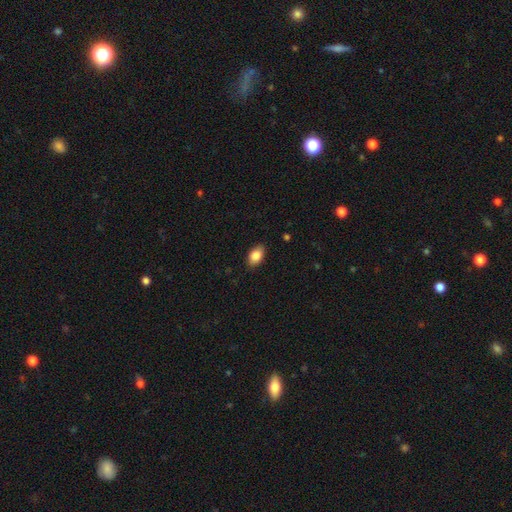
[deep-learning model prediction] Q: Smooth or featured?
A: smooth (85%); runner-up: star or artifact (7%)
Q: How rounded?
A: in between (89%); runner-up: round (10%)
Q: Merging?
A: none (86%); runner-up: minor disturbance (11%)